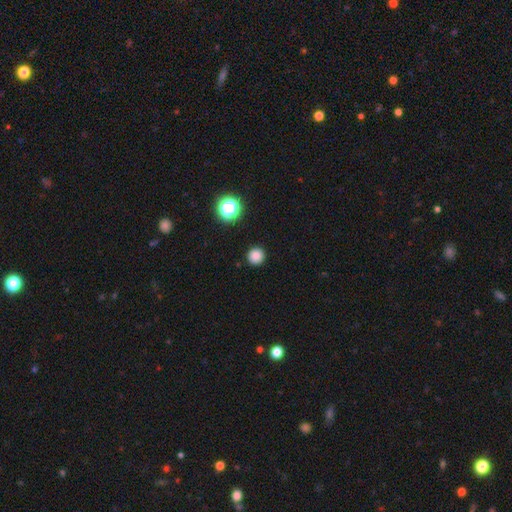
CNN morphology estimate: smooth 83%, star or artifact 14%, featured or disk 3%. Down the decision tree: how rounded — round (95%); merging — none (92%).